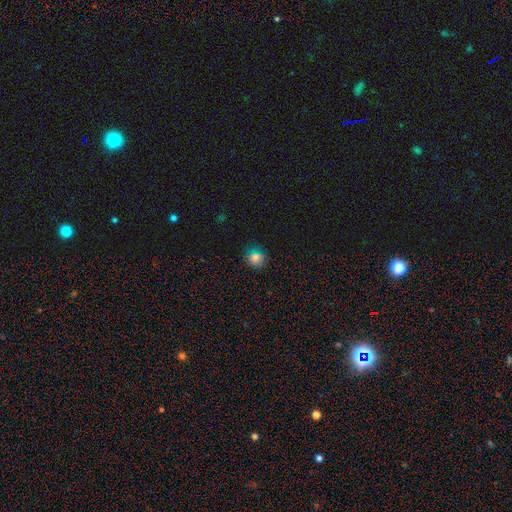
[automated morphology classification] smooth 71%, star or artifact 21%, featured or disk 8%. Down the decision tree: how rounded — round (87%); merging — none (88%).